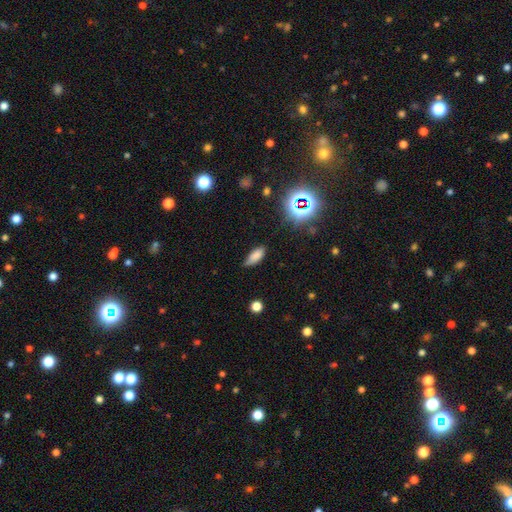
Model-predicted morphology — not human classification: This is likely a smooth galaxy (77%). How rounded: likely in between (77%). Merging: likely none (70%).